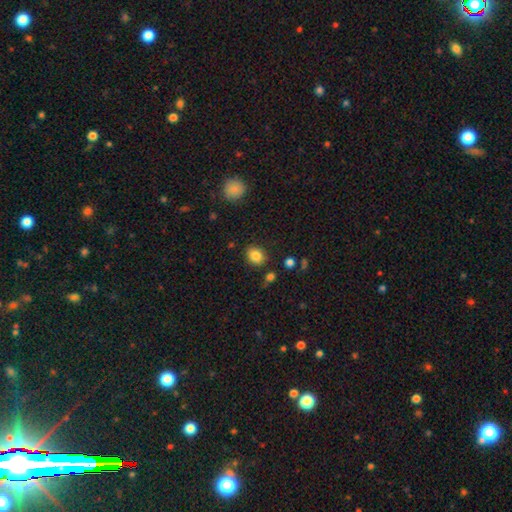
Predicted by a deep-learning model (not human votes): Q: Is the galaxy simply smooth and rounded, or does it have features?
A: smooth — 84%.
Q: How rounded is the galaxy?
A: round — 59%.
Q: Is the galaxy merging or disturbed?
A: none — 84%.